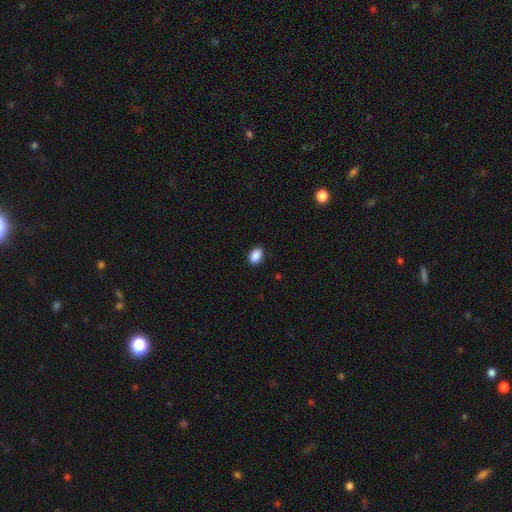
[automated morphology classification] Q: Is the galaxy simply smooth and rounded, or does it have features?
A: smooth — 89%.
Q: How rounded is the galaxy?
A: in between — 87%.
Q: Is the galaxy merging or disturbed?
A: none — 89%.